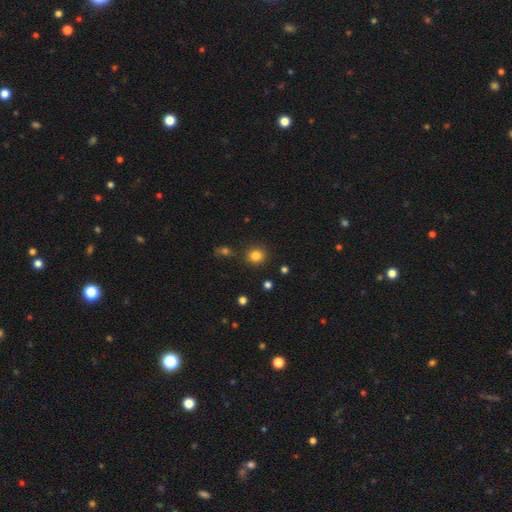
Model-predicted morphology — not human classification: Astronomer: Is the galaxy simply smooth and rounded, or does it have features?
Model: smooth — 82%.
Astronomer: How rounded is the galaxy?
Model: round — 86%.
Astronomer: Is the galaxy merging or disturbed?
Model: none — 84%.